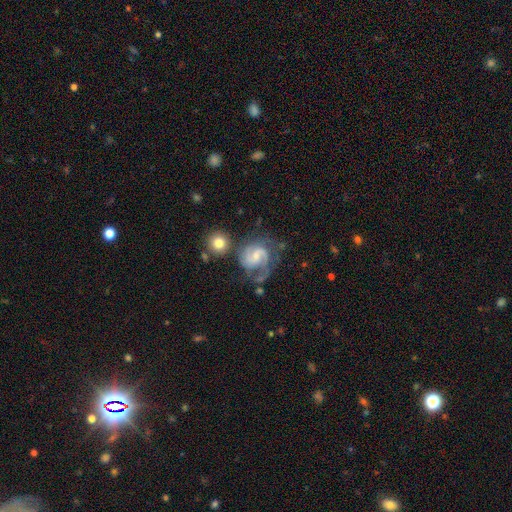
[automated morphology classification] This appears to be a featured or disk galaxy (83%) with a weak bar (52%), 2 (68%) medium (48%) spiral arms (96%) and a small central bulge (52%). Merging: none (53%).